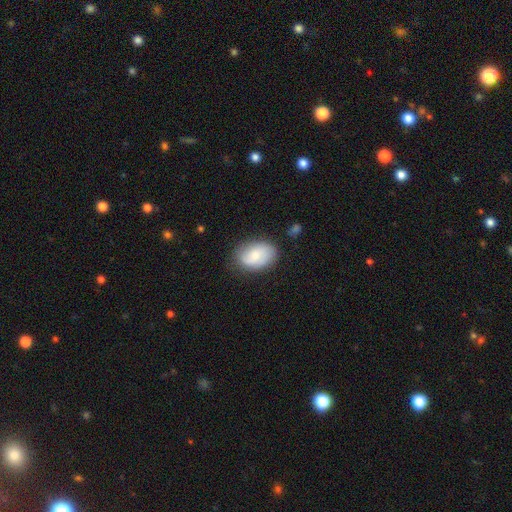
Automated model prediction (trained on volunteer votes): smooth_or_featured: smooth (p=0.66) [alt: featured or disk p=0.27]
how_rounded: in between (p=0.84) [alt: round p=0.15]
merging: none (p=0.74) [alt: minor disturbance p=0.18]